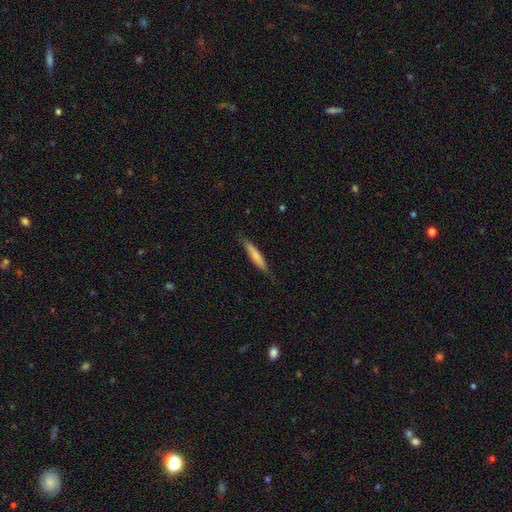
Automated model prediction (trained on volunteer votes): Overall: smooth (67%; featured or disk 27%). How rounded: cigar-shaped (88%). Merging: none (78%).